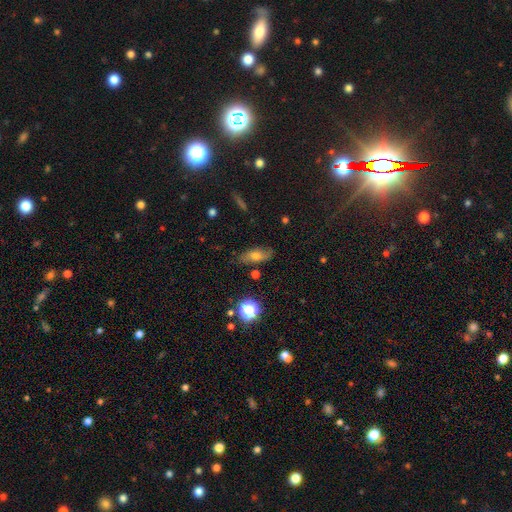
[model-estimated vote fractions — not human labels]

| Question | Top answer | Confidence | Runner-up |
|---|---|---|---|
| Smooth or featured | smooth | 56% | featured or disk (31%) |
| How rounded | in between | 75% | cigar-shaped (15%) |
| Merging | none | 77% | minor disturbance (17%) |